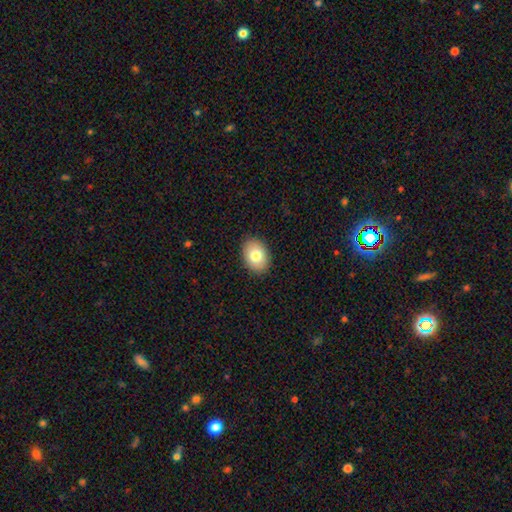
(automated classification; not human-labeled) A smooth galaxy with no disk features (80%) that is in between round and cigar-shaped (73%).

Vote fractions:
- Smooth or featured? smooth: 80% / featured or disk: 12% / star or artifact: 8%
- How rounded? in between: 73% / round: 26% / cigar-shaped: 1%
- Merging? none: 90% / minor disturbance: 8% / major disturbance: 2% / merger: 1%